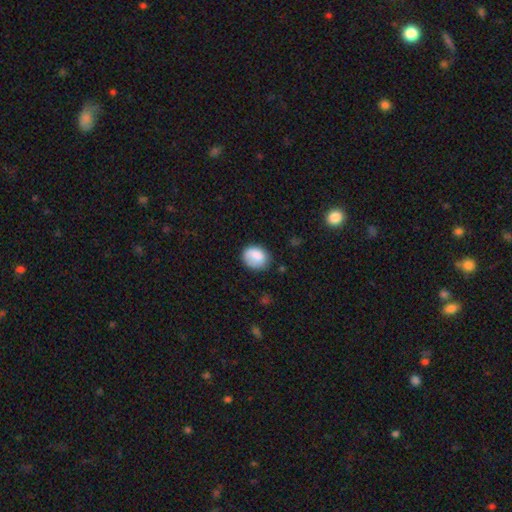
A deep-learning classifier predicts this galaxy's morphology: Smooth or featured? Predicted: smooth (p=0.82). How rounded? Predicted: round (p=0.53). Merging? Predicted: none (p=0.70).